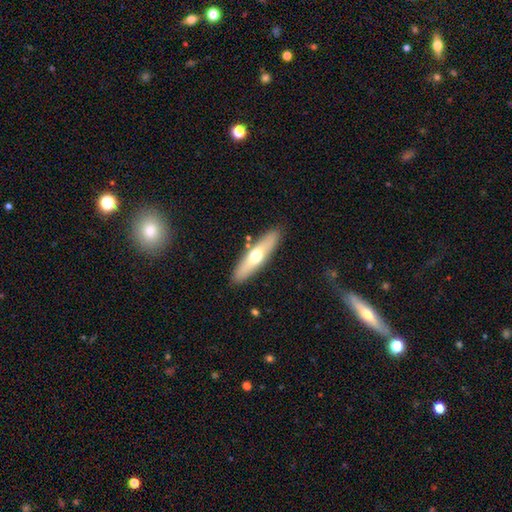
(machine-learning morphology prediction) Smooth or featured? Predicted: smooth (p=0.53). How rounded? Predicted: cigar-shaped (p=0.72). Merging? Predicted: none (p=0.87).